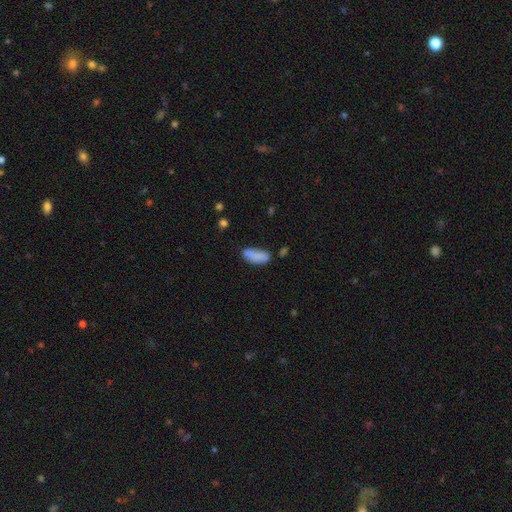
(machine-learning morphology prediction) This is clearly a smooth galaxy (80%). How rounded: likely in between (79%). Merging: possibly none (54%).